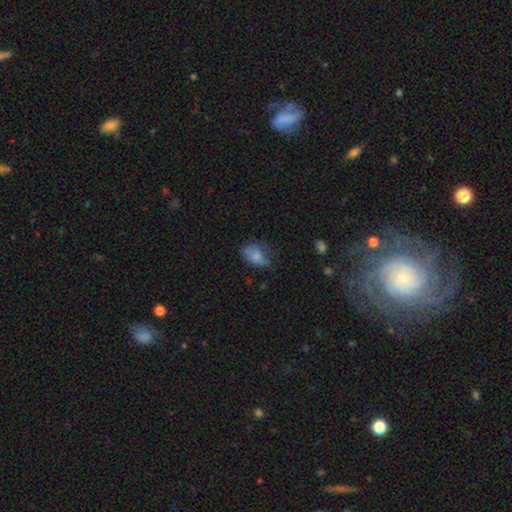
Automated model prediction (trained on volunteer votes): smooth 79%, featured or disk 11%, star or artifact 9%. Down the decision tree: how rounded — in between (86%); merging — none (50%).